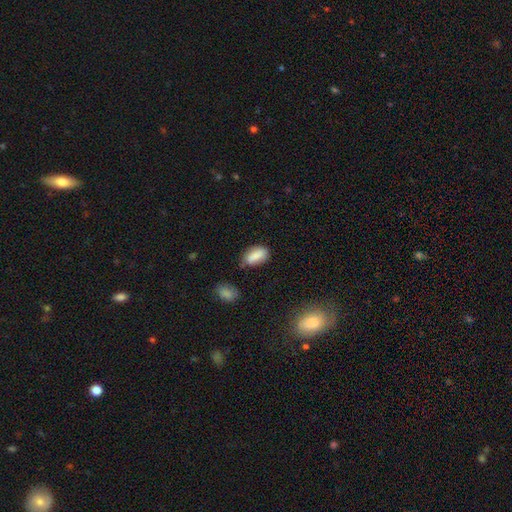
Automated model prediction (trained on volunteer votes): This is clearly a smooth galaxy (81%). How rounded: clearly in between (89%). Merging: likely none (65%).